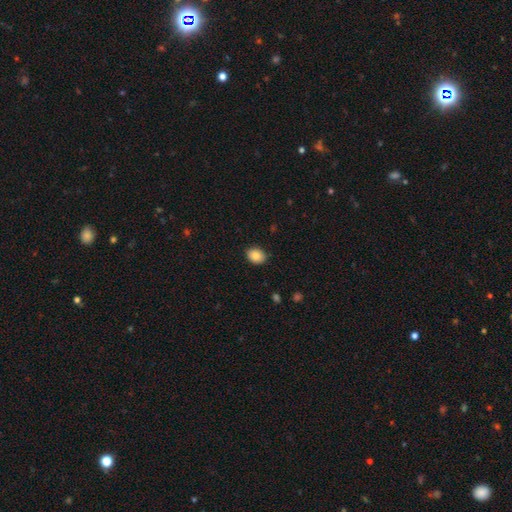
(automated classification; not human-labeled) Overall: smooth (86%). How rounded: in between (58%; round 41%). Merging: none (87%).